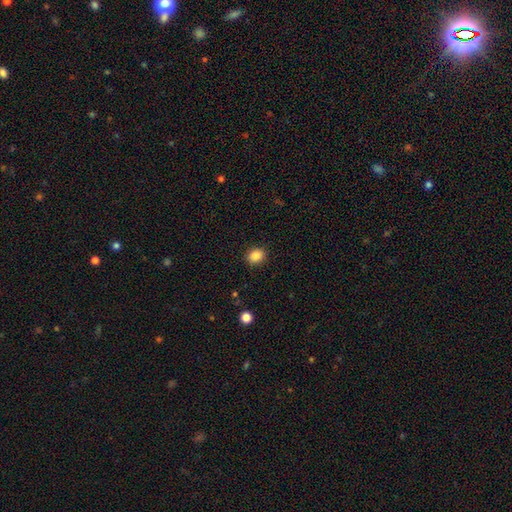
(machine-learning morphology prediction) Smooth or featured?
  - smooth: 87% *
  - star or artifact: 10%
  - featured or disk: 3%
How rounded?
  - round: 65% *
  - in between: 34%
  - cigar-shaped: 1%
Merging?
  - none: 90% *
  - minor disturbance: 7%
  - major disturbance: 2%
  - merger: 1%